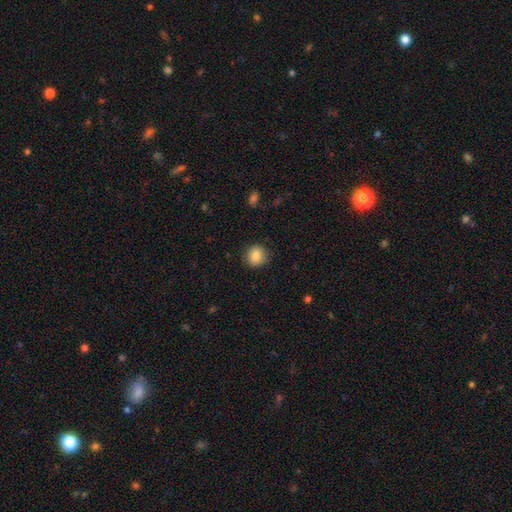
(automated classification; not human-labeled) Smooth or featured? Predicted: smooth (p=0.84). How rounded? Predicted: round (p=0.87). Merging? Predicted: none (p=0.88).